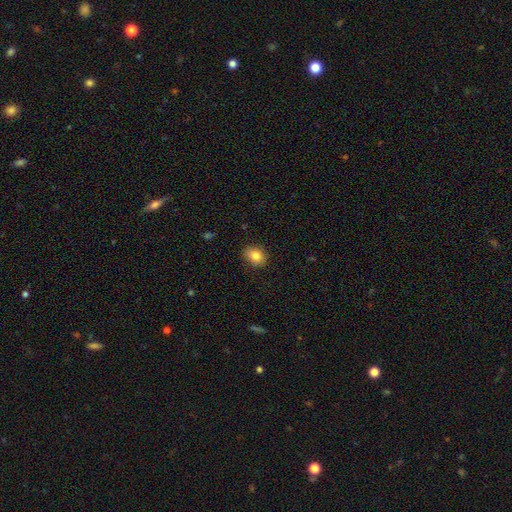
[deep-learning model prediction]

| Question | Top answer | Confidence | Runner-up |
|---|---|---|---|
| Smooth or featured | smooth | 83% | star or artifact (9%) |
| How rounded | round | 50% | in between (49%) |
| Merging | none | 85% | minor disturbance (12%) |